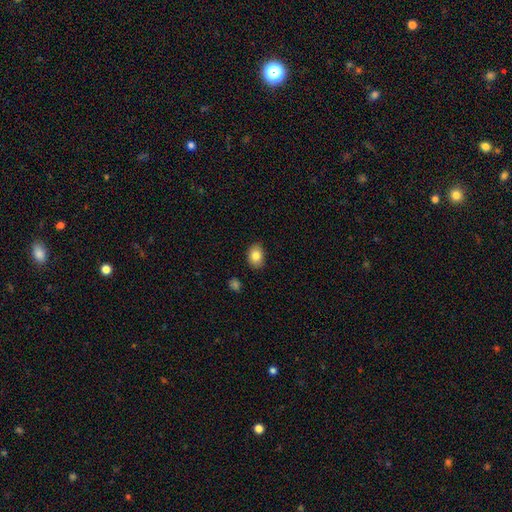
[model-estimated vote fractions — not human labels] Smooth or featured? smooth (84%)
How rounded? in between (71%)
Merging? none (85%)